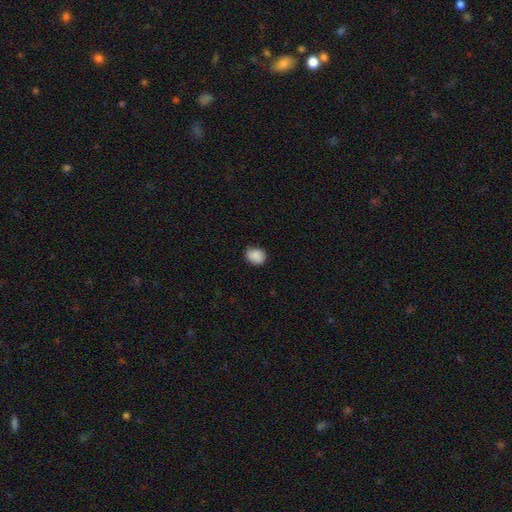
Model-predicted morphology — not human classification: Smooth or featured? Predicted: smooth (p=0.88). How rounded? Predicted: round (p=0.50). Merging? Predicted: none (p=0.79).